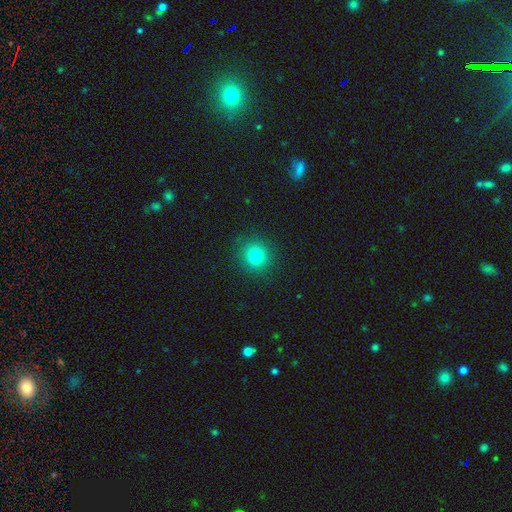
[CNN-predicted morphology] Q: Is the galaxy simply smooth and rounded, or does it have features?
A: smooth — 79%.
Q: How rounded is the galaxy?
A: round — 87%.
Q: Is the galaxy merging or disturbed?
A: none — 89%.